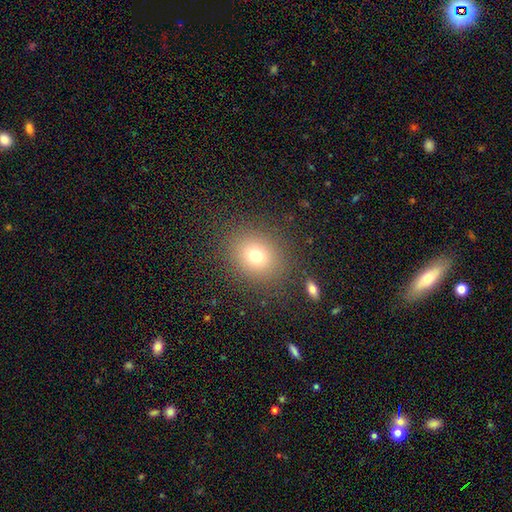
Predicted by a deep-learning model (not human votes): Q: Smooth or featured?
A: smooth (73%); runner-up: star or artifact (16%)
Q: How rounded?
A: round (72%); runner-up: in between (27%)
Q: Merging?
A: none (85%); runner-up: minor disturbance (8%)